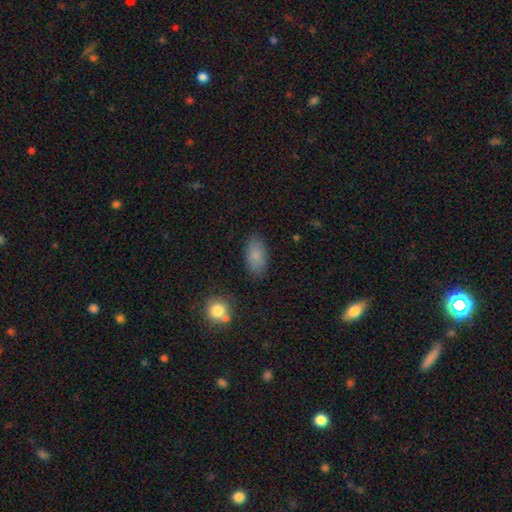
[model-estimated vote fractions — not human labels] Morphology: type=smooth (85%); roundness=in between (92%); merging=none (84%).